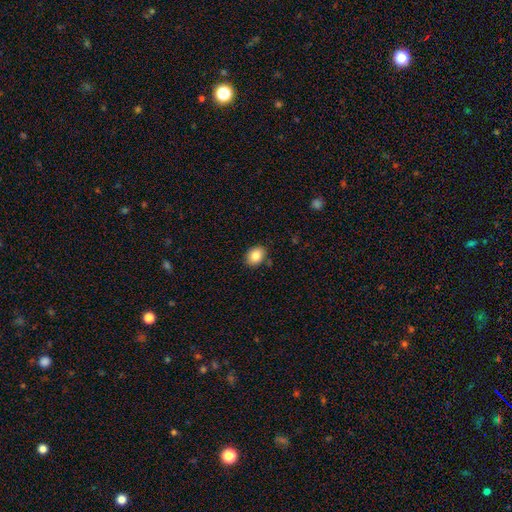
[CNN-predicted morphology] A smooth galaxy with no disk features (84%) that is in between round and cigar-shaped (66%).

Vote fractions:
- Smooth or featured? smooth: 84% / star or artifact: 8% / featured or disk: 7%
- How rounded? in between: 66% / round: 33% / cigar-shaped: 1%
- Merging? none: 86% / minor disturbance: 10% / merger: 2% / major disturbance: 2%